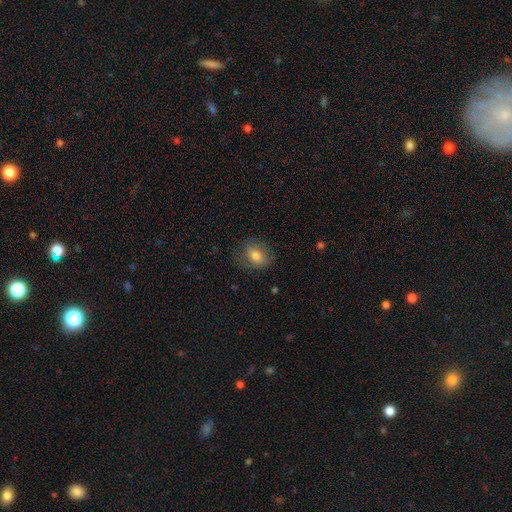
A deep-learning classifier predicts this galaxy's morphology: Smooth or featured: smooth — 72% (featured or disk — 20%)
How rounded: in between — 63% (round — 36%)
Merging: none — 71% (minor disturbance — 20%)